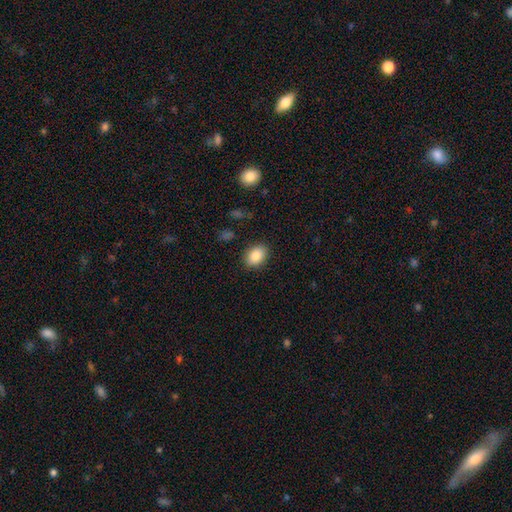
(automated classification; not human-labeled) A smooth galaxy with no disk features (86%) that is in between round and cigar-shaped (79%). Merging: none (88%).